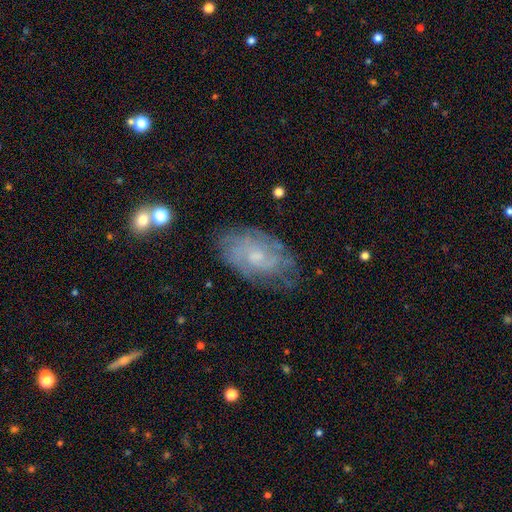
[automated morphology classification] A featured or disk galaxy (71%) with no bar (74%), tight (61%) spiral arms (86%) and a small central bulge (57%).

Vote fractions:
- Smooth or featured? featured or disk: 71% / smooth: 21% / star or artifact: 9%
- Edge-on disk? no: 95% / yes: 5%
- Bar? no: 74% / weak: 23% / strong: 3%
- Spiral arms? yes: 86% / no: 14%
- Spiral winding? tight: 61% / medium: 29% / loose: 10%
- Spiral arm count? can't tell: 56% / 2: 16% / 3: 11% / 4: 8% / more than 4: 5% / 1: 4%
- Bulge size? small: 57% / moderate: 33% / none: 7% / large: 2% / dominant: 1%
- Merging? none: 71% / minor disturbance: 20% / major disturbance: 7% / merger: 2%